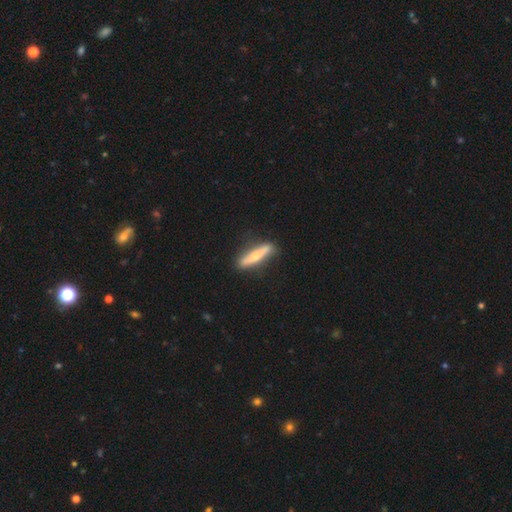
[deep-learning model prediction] Smooth or featured? smooth (50%)
Merging? none (86%)